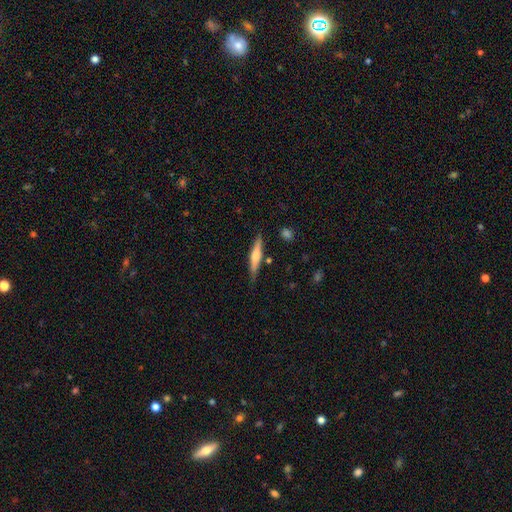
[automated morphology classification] Overall: smooth (51%; featured or disk 43%). How rounded: cigar-shaped (87%). Merging: none (82%).